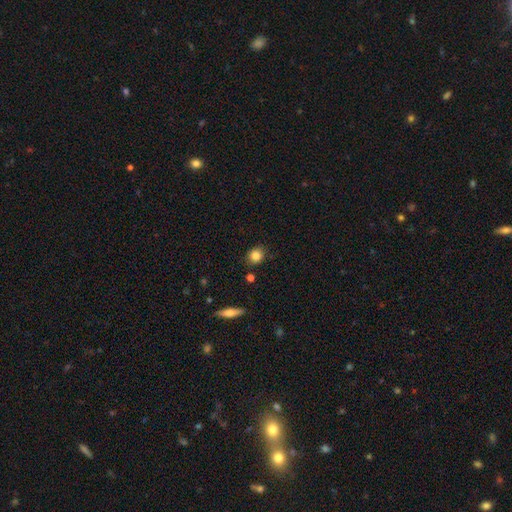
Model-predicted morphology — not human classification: Smooth or featured?
  - smooth: 84% *
  - star or artifact: 10%
  - featured or disk: 6%
How rounded?
  - round: 73% *
  - in between: 26%
  - cigar-shaped: 2%
Merging?
  - none: 82% *
  - minor disturbance: 12%
  - merger: 3%
  - major disturbance: 3%